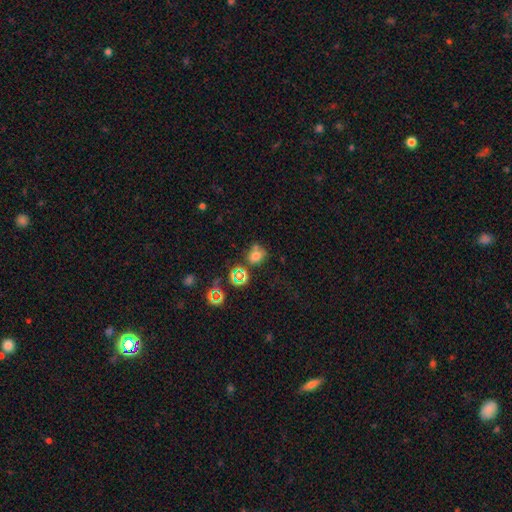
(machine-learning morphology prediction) smooth 65%, star or artifact 25%, featured or disk 10%. Down the decision tree: how rounded — round (60%); merging — none (55%).